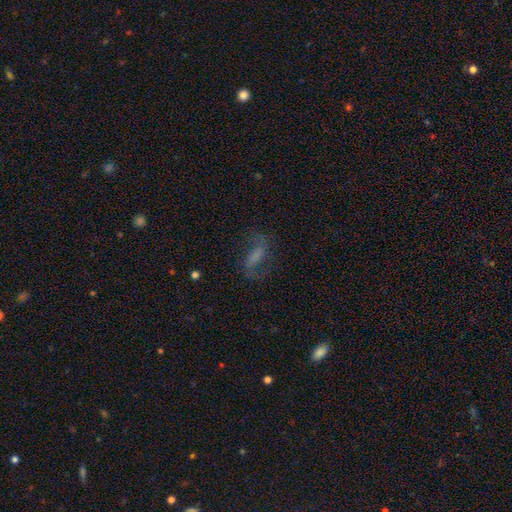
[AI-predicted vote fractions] Smooth or featured? Predicted: featured or disk (p=0.62). Edge-on disk? Predicted: no (p=0.93). Bar? Predicted: strong (p=0.45). Spiral arms? Predicted: yes (p=0.88). Spiral winding? Predicted: loose (p=0.60). Spiral arm count? Predicted: 2 (p=0.89). Bulge size? Predicted: none (p=0.54). Merging? Predicted: none (p=0.71).